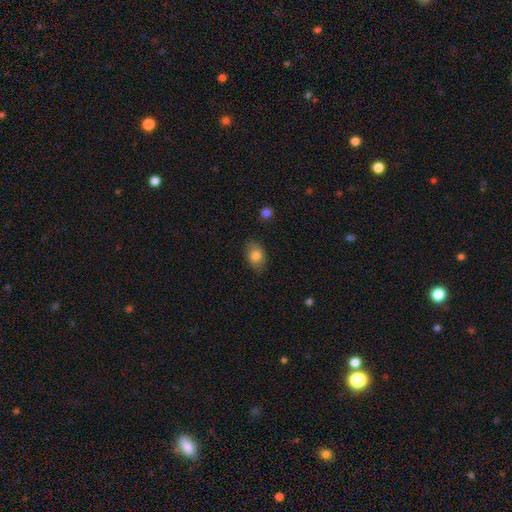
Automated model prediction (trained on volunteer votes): This is clearly a smooth galaxy (81%). How rounded: clearly in between (82%). Merging: clearly none (81%).